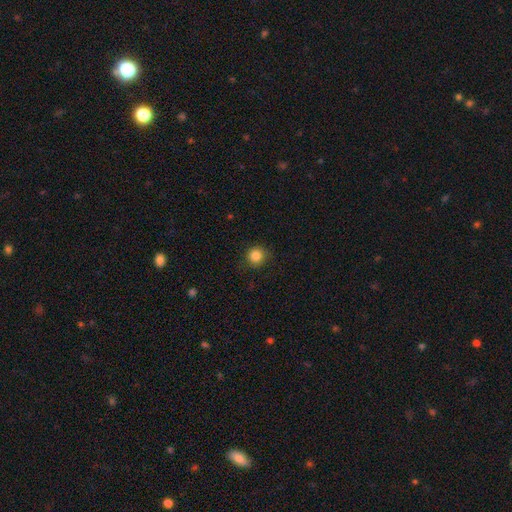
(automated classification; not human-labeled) smooth_or_featured: smooth (p=0.85) [alt: star or artifact p=0.11]
how_rounded: round (p=0.93) [alt: in between p=0.06]
merging: none (p=0.84) [alt: minor disturbance p=0.12]